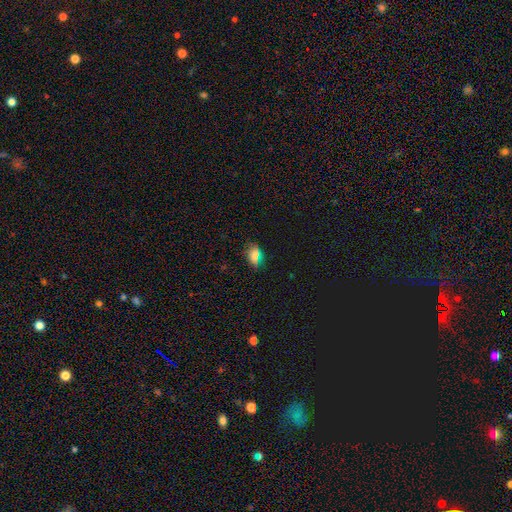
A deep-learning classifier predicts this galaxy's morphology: This appears to be a smooth galaxy with no disk features (68%) that is in between round and cigar-shaped (80%). Merging: none (81%).